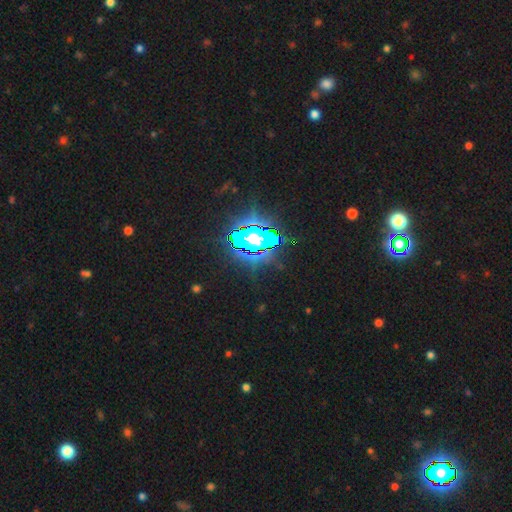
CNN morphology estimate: Smooth or featured?
  - star or artifact: 85% *
  - smooth: 8%
  - featured or disk: 6%